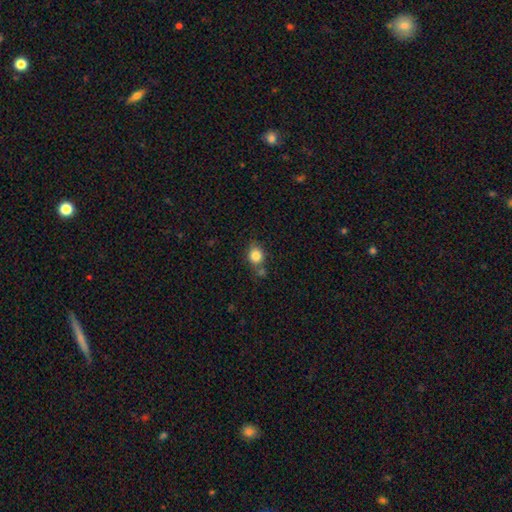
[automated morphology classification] type=smooth (83%); roundness=round (60%); merging=none (60%).